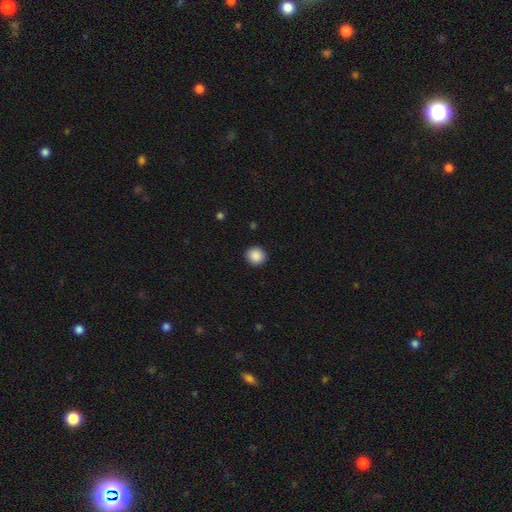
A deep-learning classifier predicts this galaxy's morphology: This is clearly a smooth galaxy (89%). How rounded: clearly round (86%). Merging: clearly none (91%).